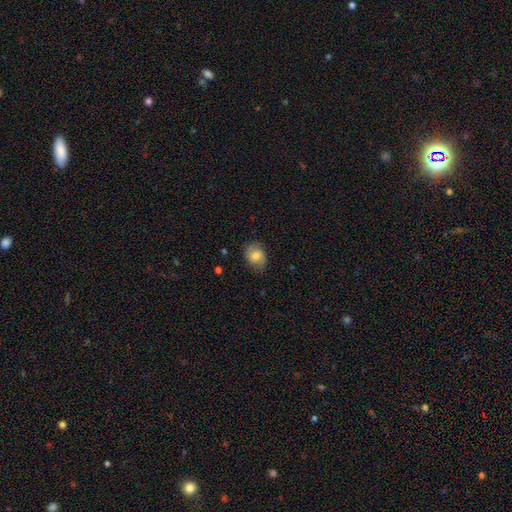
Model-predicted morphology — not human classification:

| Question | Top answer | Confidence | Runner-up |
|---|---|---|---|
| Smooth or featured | smooth | 69% | featured or disk (23%) |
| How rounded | in between | 55% | round (43%) |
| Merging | none | 71% | minor disturbance (22%) |